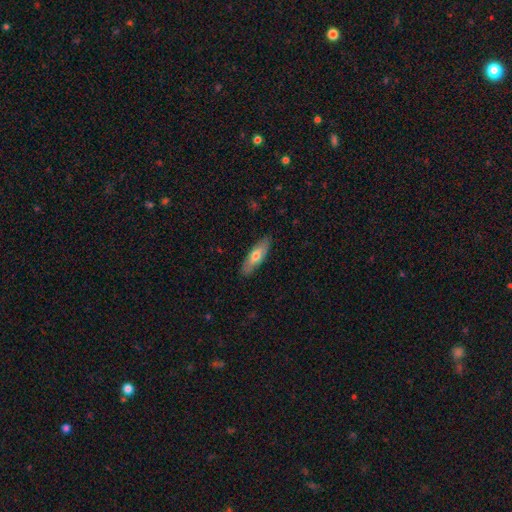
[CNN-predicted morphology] A smooth galaxy with no disk features (62%) that is cigar-shaped (49%).

Vote fractions:
- Smooth or featured? smooth: 62% / featured or disk: 32% / star or artifact: 6%
- How rounded? cigar-shaped: 49% / in between: 48% / round: 2%
- Merging? none: 88% / minor disturbance: 9% / major disturbance: 2% / merger: 1%